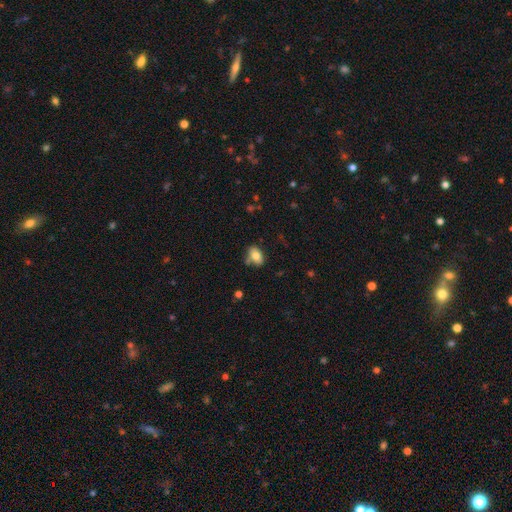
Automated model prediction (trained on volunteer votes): Smooth or featured? Predicted: smooth (p=0.78). How rounded? Predicted: in between (p=0.88). Merging? Predicted: none (p=0.65).